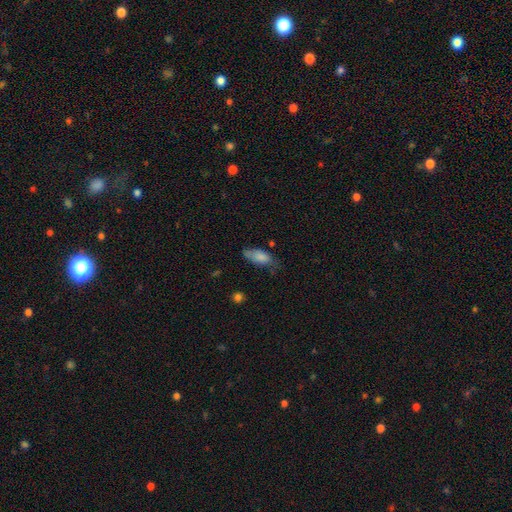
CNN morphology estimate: Smooth or featured? smooth (71%)
How rounded? in between (79%)
Merging? none (61%)